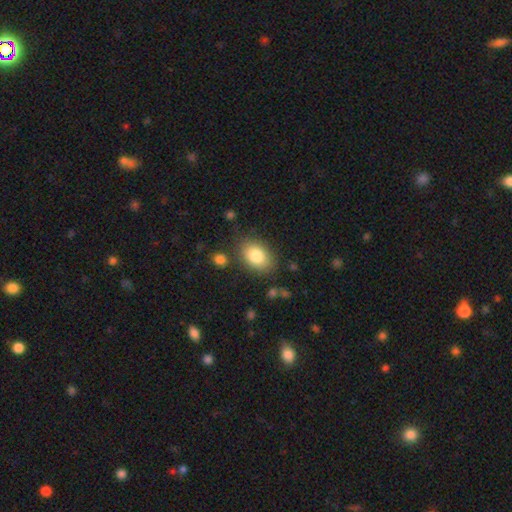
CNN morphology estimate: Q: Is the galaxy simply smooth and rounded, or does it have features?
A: smooth — 83%.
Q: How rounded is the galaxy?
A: in between — 81%.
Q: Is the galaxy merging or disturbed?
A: none — 80%.